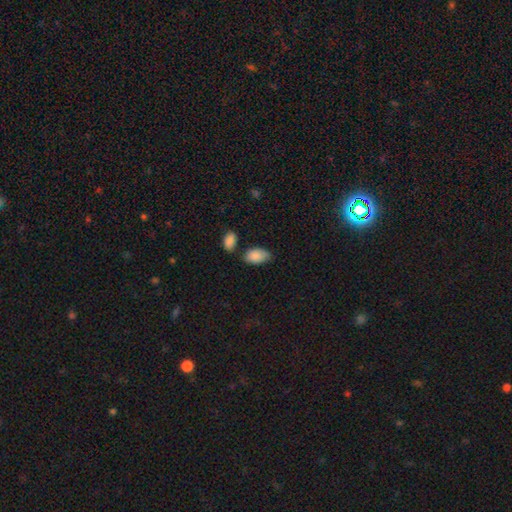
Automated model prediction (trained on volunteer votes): A smooth galaxy with no disk features (88%) that is in between round and cigar-shaped (94%). Merging: none (66%).